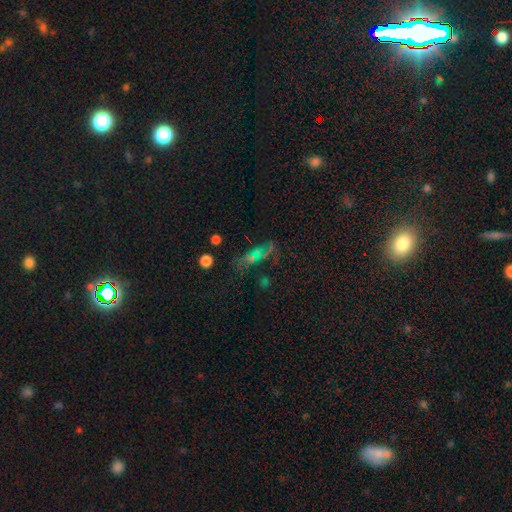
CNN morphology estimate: smooth 39%, star or artifact 36%, featured or disk 26%. Down the decision tree: merging — none (57%).